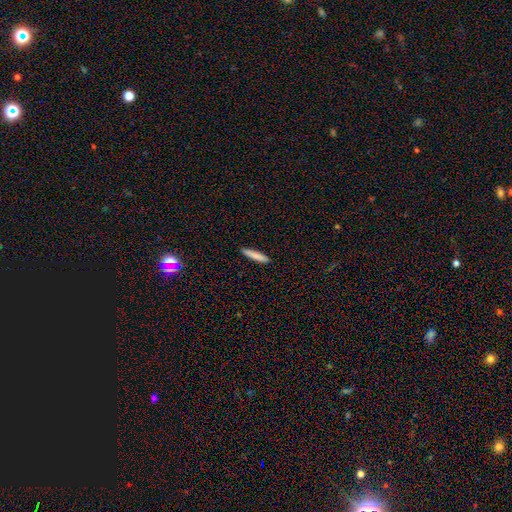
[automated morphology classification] smooth-or-featured: smooth: 84% | featured or disk: 10% | star or artifact: 6%
  how-rounded: cigar-shaped: 91% | in between: 8% | round: 1%
  merging: none: 89% | minor disturbance: 8% | major disturbance: 2% | merger: 1%